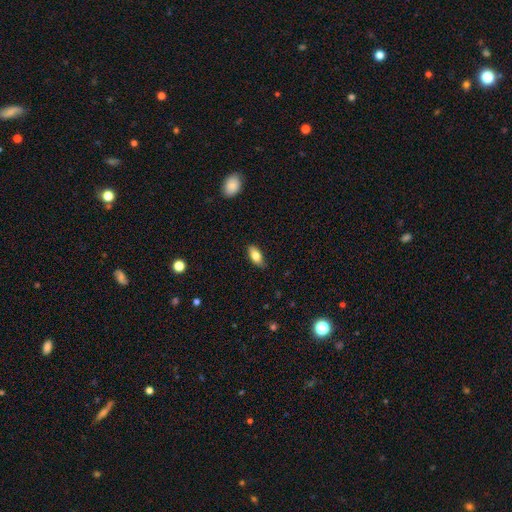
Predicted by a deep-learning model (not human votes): Morphology: type=smooth (78%); roundness=in between (85%); merging=none (84%).